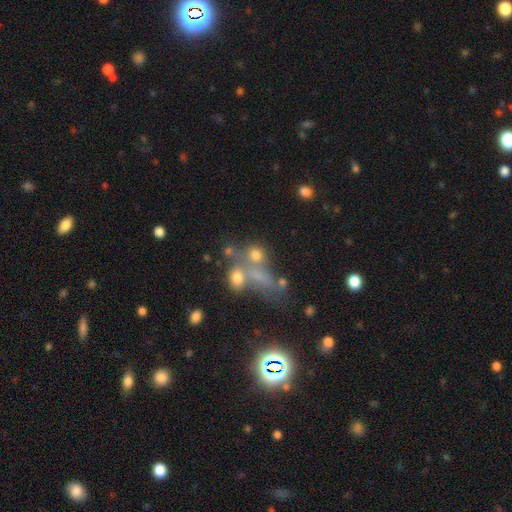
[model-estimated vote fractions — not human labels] Morphology: type=smooth (66%); roundness=round (60%); merging=merger (41%).